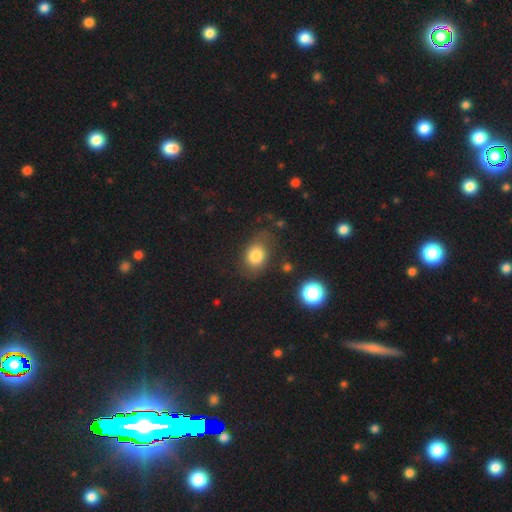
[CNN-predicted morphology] type=smooth (80%); roundness=in between (56%); merging=none (66%).